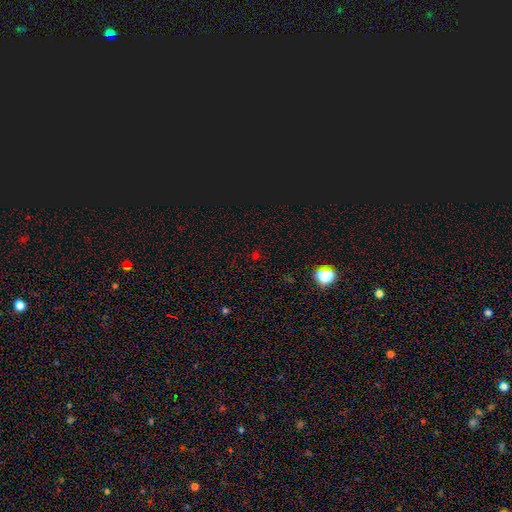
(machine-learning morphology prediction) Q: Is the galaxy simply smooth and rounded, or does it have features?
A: star or artifact — 59%.